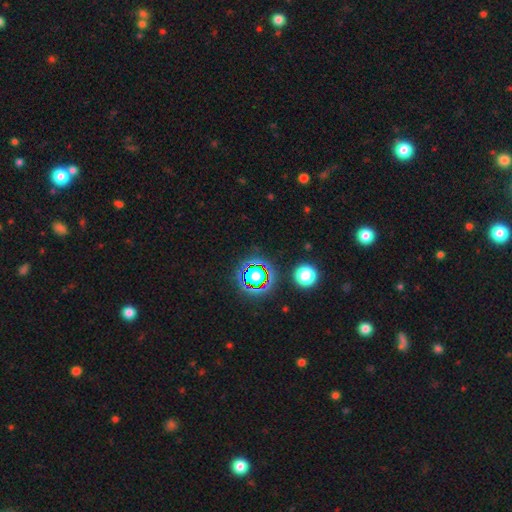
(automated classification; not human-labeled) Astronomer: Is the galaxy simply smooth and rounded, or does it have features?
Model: star or artifact — 78%.